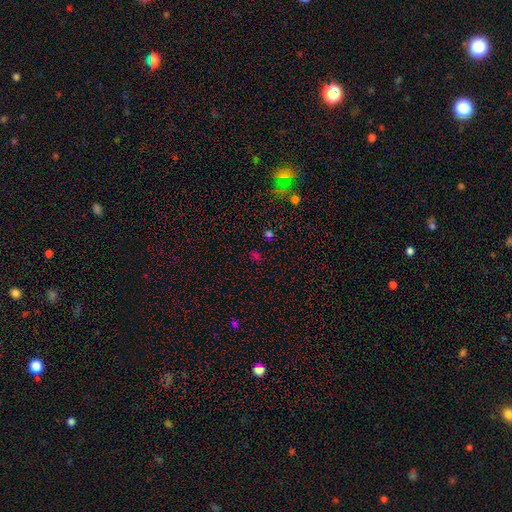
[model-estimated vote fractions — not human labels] The model was most divided on "smooth or featured": smooth: 52%, star or artifact: 42%, featured or disk: 6%. More confident: merging — none (80%); how rounded — round (71%).